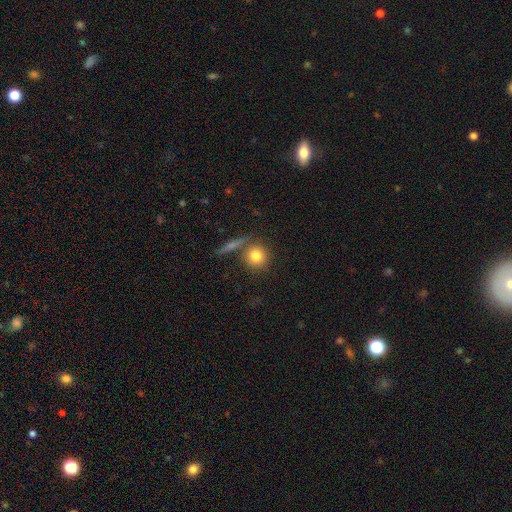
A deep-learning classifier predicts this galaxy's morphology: smooth 81%, featured or disk 10%, star or artifact 9%. Down the decision tree: how rounded — round (89%); merging — none (73%).